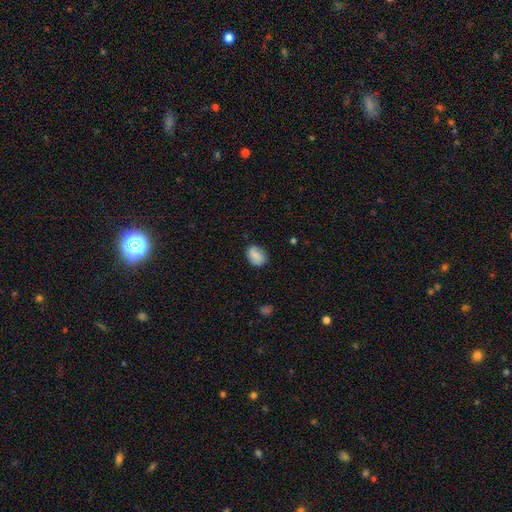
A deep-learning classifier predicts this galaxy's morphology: Smooth or featured: smooth — 79% (featured or disk — 13%)
How rounded: in between — 69% (round — 29%)
Merging: none — 73% (minor disturbance — 21%)